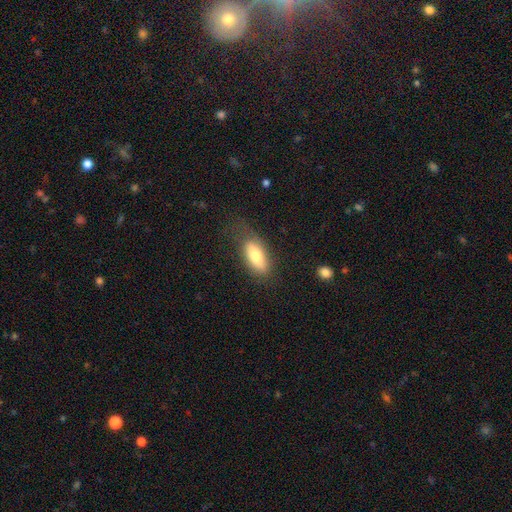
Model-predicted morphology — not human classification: A smooth galaxy with no disk features (75%) that is in between round and cigar-shaped (80%).

Vote fractions:
- Smooth or featured? smooth: 75% / featured or disk: 19% / star or artifact: 6%
- How rounded? in between: 80% / cigar-shaped: 18% / round: 3%
- Merging? none: 63% / minor disturbance: 24% / major disturbance: 11% / merger: 2%